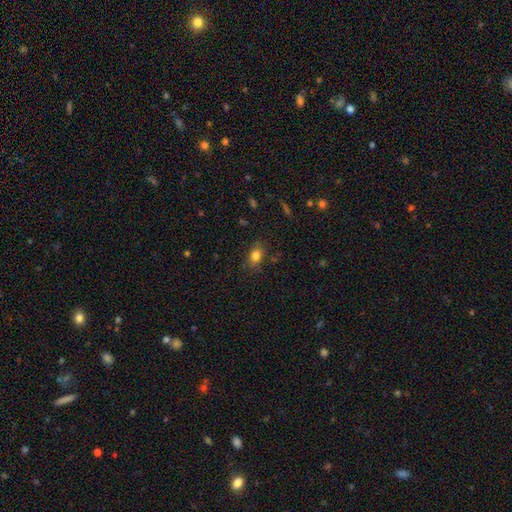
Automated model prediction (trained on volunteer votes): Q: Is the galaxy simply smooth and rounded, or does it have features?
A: smooth — 81%.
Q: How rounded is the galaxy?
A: in between — 71%.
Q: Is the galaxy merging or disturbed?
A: none — 78%.